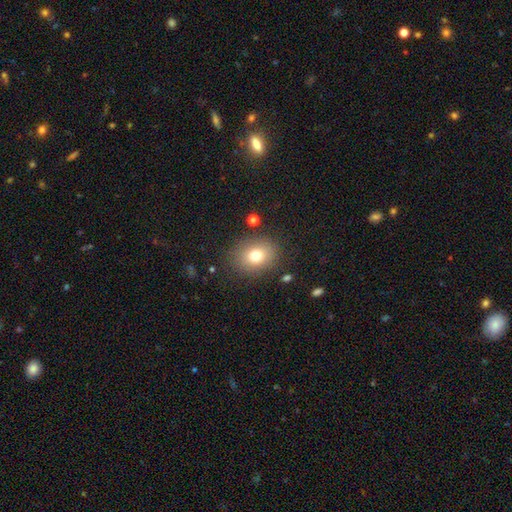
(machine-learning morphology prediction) Smooth or featured? smooth (76%)
How rounded? round (56%)
Merging? none (84%)